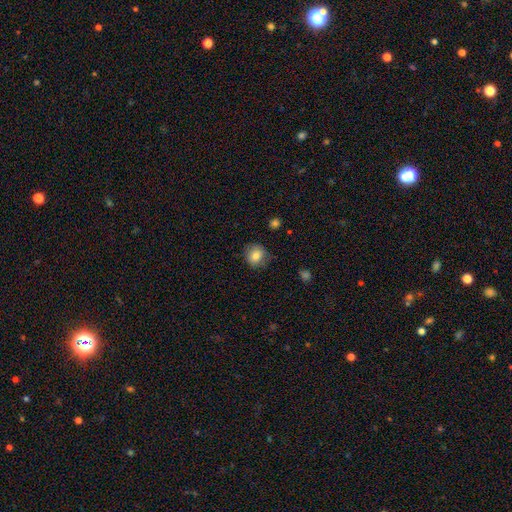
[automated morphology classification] smooth 80%, featured or disk 11%, star or artifact 9%. Down the decision tree: how rounded — round (83%); merging — none (77%).